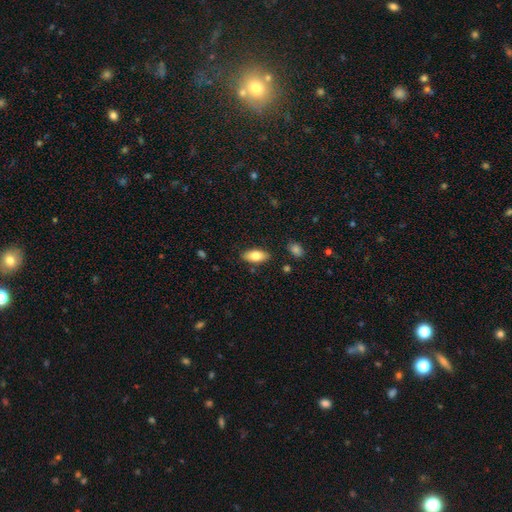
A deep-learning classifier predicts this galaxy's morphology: A smooth galaxy with no disk features (76%) that is in between round and cigar-shaped (87%).

Vote fractions:
- Smooth or featured? smooth: 76% / featured or disk: 17% / star or artifact: 7%
- How rounded? in between: 87% / cigar-shaped: 10% / round: 3%
- Merging? none: 86% / minor disturbance: 10% / major disturbance: 2% / merger: 2%